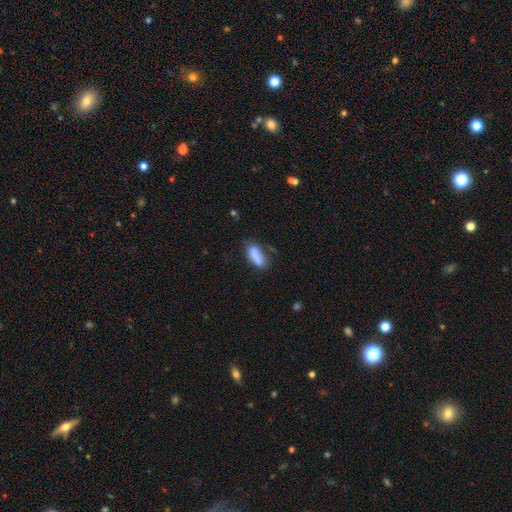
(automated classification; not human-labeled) Smooth or featured?
  - smooth: 83% *
  - featured or disk: 9%
  - star or artifact: 8%
How rounded?
  - in between: 75% *
  - cigar-shaped: 22%
  - round: 3%
Merging?
  - none: 55% *
  - minor disturbance: 27%
  - major disturbance: 11%
  - merger: 6%